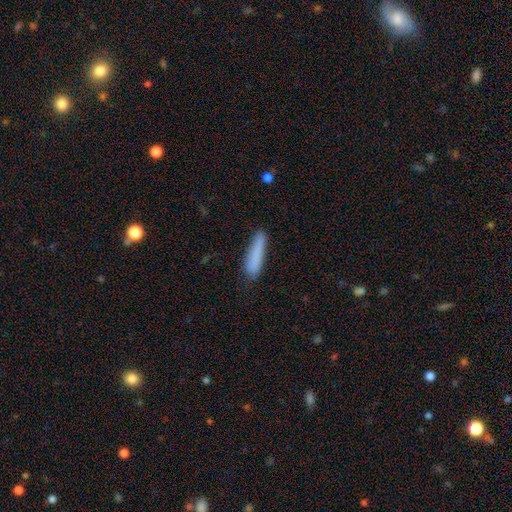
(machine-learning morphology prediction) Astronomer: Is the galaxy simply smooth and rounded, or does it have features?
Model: smooth — 83%.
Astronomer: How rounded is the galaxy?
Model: cigar-shaped — 85%.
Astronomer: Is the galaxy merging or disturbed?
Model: none — 77%.